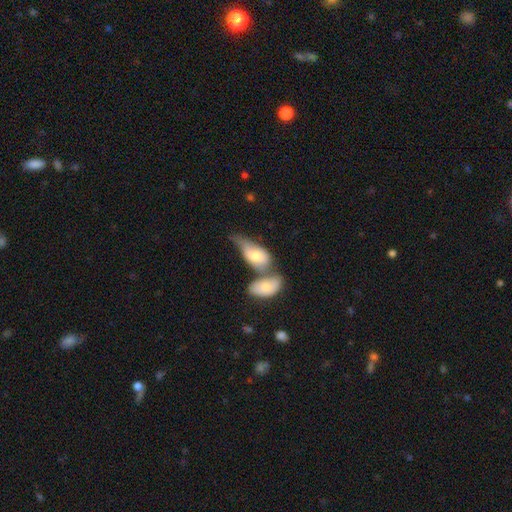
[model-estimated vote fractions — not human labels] Smooth or featured? smooth (62%)
How rounded? in between (87%)
Merging? merger (51%)